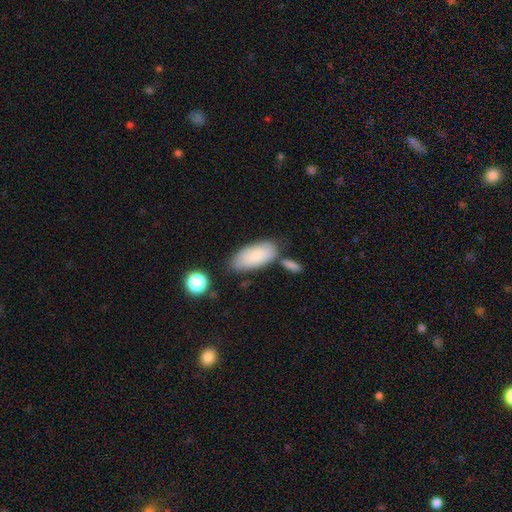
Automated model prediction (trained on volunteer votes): Morphology: type=smooth (84%); roundness=in between (89%); merging=none (66%).